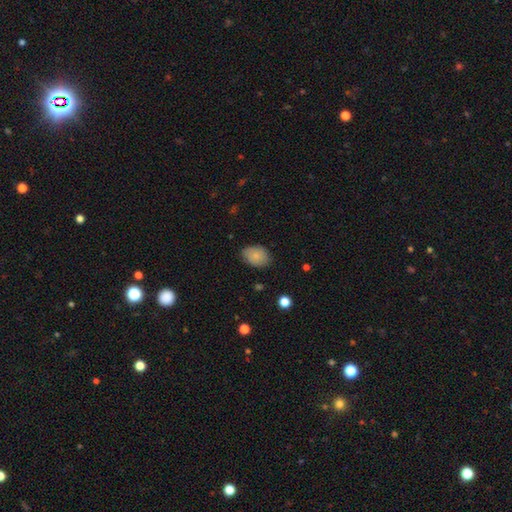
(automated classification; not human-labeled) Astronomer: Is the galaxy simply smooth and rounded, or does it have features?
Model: smooth — 85%.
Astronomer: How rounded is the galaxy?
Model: in between — 79%.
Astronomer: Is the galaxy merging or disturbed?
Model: none — 79%.